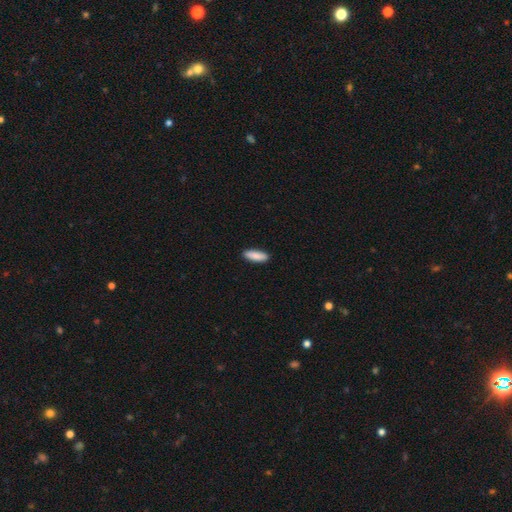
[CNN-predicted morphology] A smooth galaxy with no disk features (90%) that is in between round and cigar-shaped (53%). Merging: none (90%).